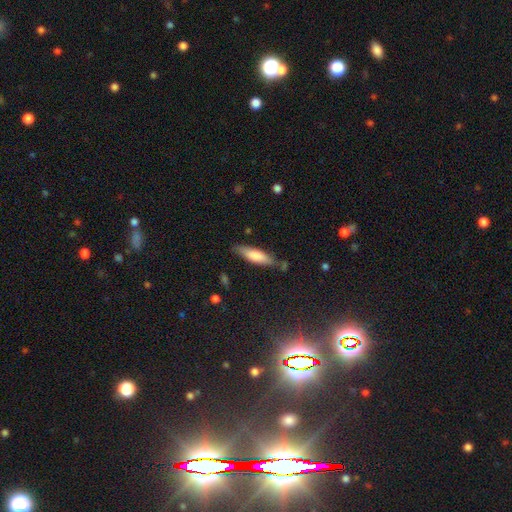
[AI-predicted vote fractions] smooth-or-featured: smooth: 75% | featured or disk: 19% | star or artifact: 6%
  how-rounded: cigar-shaped: 60% | in between: 39% | round: 2%
  merging: none: 76% | minor disturbance: 17% | merger: 4% | major disturbance: 3%